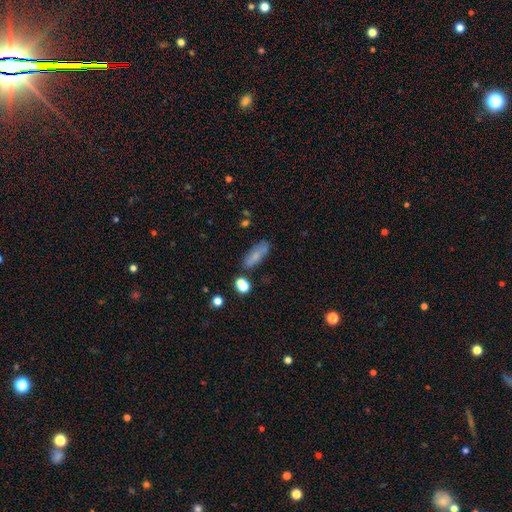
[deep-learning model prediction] Smooth or featured: smooth — 73% (featured or disk — 17%)
How rounded: in between — 63% (cigar-shaped — 34%)
Merging: none — 71% (minor disturbance — 18%)